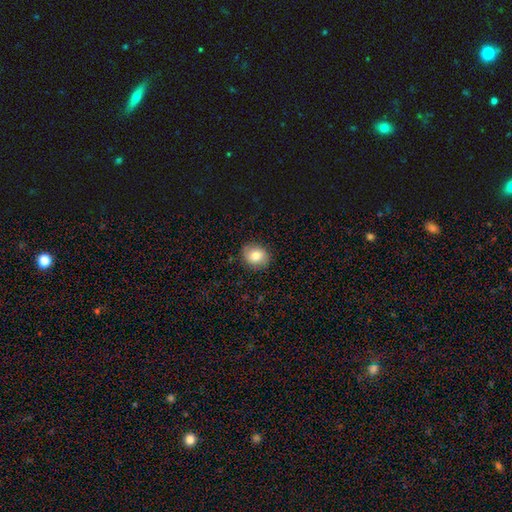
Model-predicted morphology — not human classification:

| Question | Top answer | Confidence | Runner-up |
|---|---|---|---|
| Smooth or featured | smooth | 81% | featured or disk (11%) |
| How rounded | round | 60% | in between (39%) |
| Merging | none | 87% | minor disturbance (10%) |